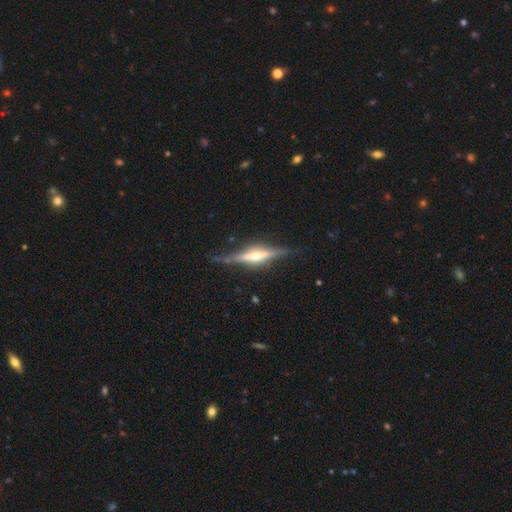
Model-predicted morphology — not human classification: The model was most divided on "edge-on bulge": rounded: 74%, boxy: 16%, none: 10%. More confident: edge-on disk — yes (97%); merging — none (80%); smooth or featured — featured or disk (78%).